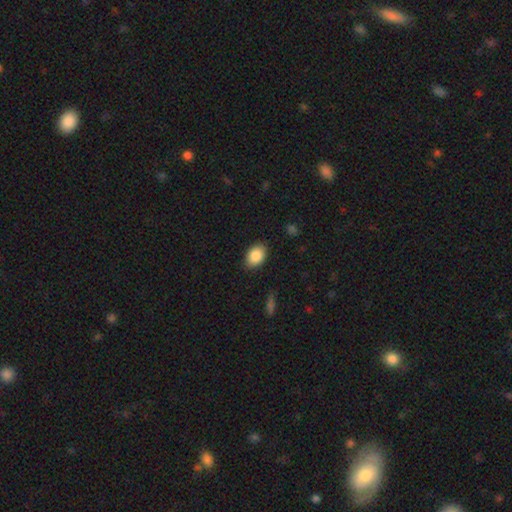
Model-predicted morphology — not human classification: type=smooth (88%); roundness=in between (82%); merging=none (86%).